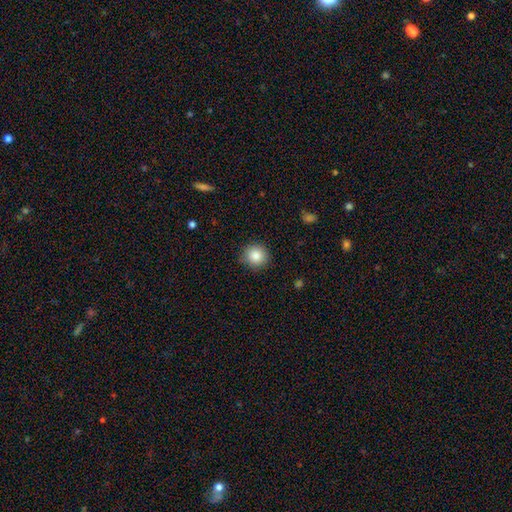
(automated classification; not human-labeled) Smooth or featured? Predicted: smooth (p=0.86). How rounded? Predicted: round (p=0.92). Merging? Predicted: none (p=0.88).